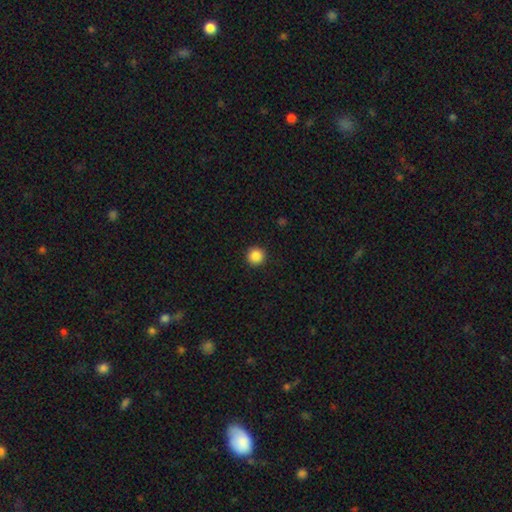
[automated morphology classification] Smooth or featured: smooth — 87% (star or artifact — 10%)
How rounded: round — 96% (in between — 3%)
Merging: none — 93% (minor disturbance — 4%)